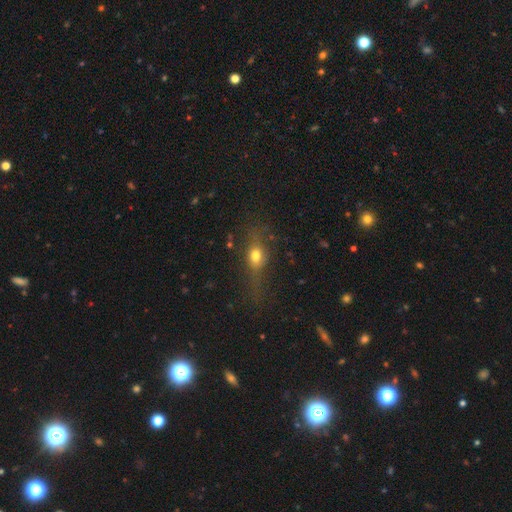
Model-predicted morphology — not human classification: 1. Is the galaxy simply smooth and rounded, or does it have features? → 65% smooth, 20% featured or disk, 15% star or artifact.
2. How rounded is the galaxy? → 54% in between, 32% round, 14% cigar-shaped.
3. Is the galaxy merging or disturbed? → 52% none, 23% minor disturbance, 21% major disturbance, 3% merger.